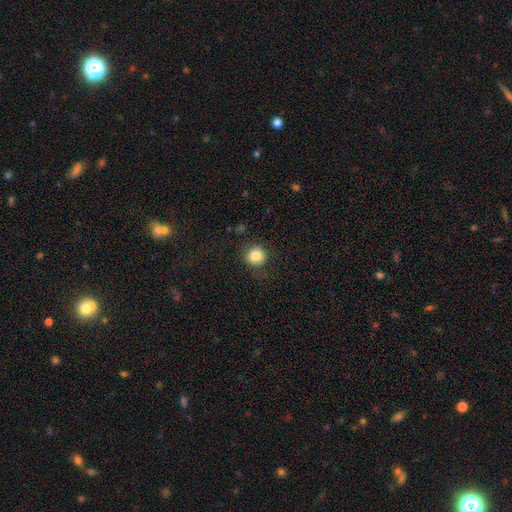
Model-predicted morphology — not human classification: Overall: smooth (84%). How rounded: round (92%). Merging: none (85%).